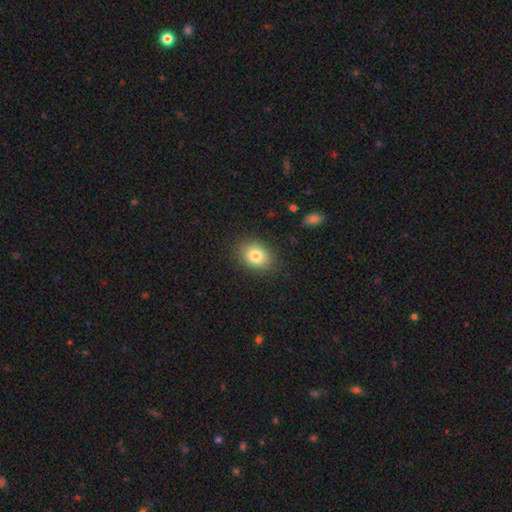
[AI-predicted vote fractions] Smooth or featured? Predicted: smooth (p=0.82). How rounded? Predicted: in between (p=0.59). Merging? Predicted: none (p=0.86).